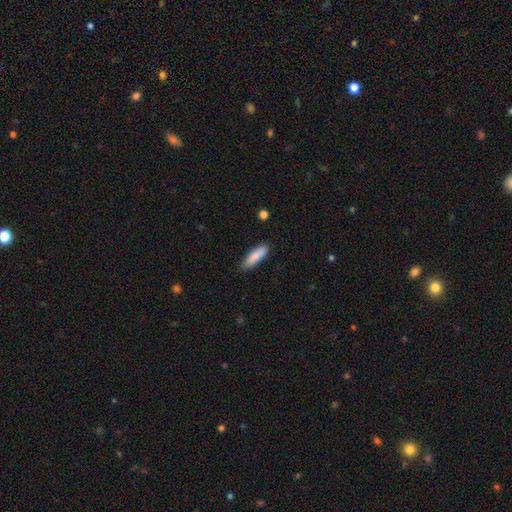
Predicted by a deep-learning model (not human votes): Smooth or featured?
  - smooth: 85% *
  - featured or disk: 10%
  - star or artifact: 6%
How rounded?
  - cigar-shaped: 62% *
  - in between: 36%
  - round: 1%
Merging?
  - none: 85% *
  - minor disturbance: 11%
  - major disturbance: 2%
  - merger: 1%